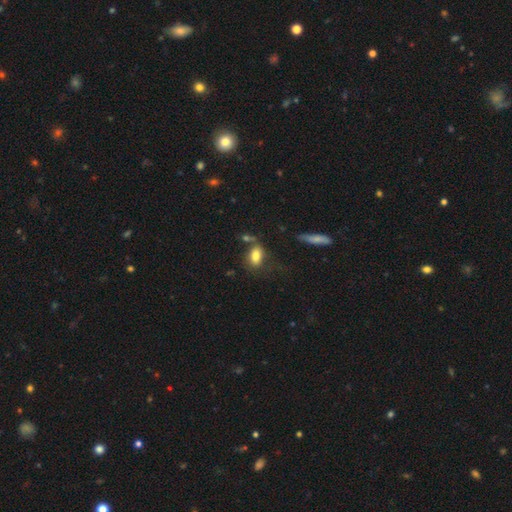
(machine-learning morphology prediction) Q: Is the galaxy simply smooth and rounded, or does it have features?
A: smooth — 81%.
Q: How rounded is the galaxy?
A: in between — 85%.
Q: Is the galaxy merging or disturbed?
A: none — 60%.